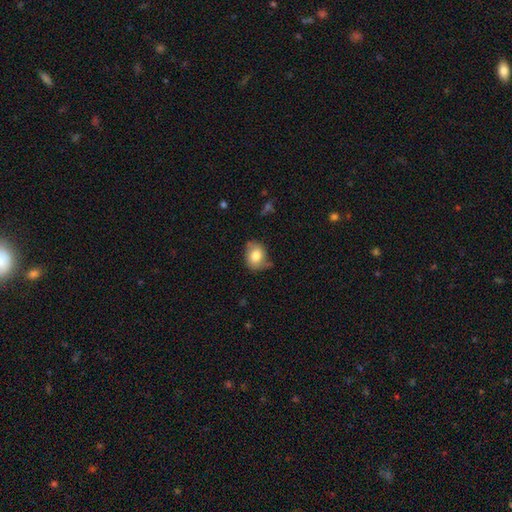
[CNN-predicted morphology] Smooth or featured? smooth (76%)
How rounded? in between (52%)
Merging? none (62%)